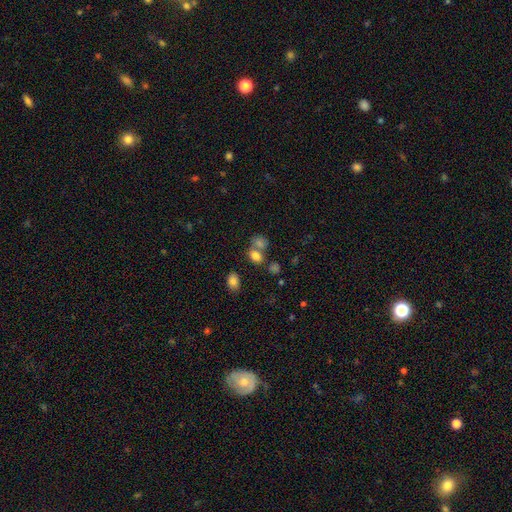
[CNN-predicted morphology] Overall: smooth (78%). How rounded: in between (59%; round 40%). Merging: none (45%; merger 39%).